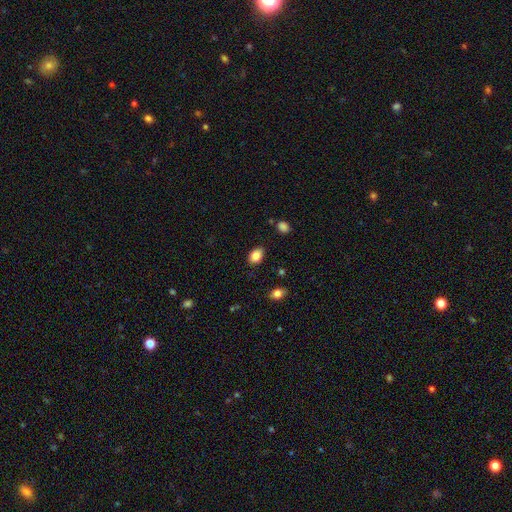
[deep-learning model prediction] This appears to be a smooth galaxy with no disk features (85%) that is in between round and cigar-shaped (80%). Merging: none (85%).